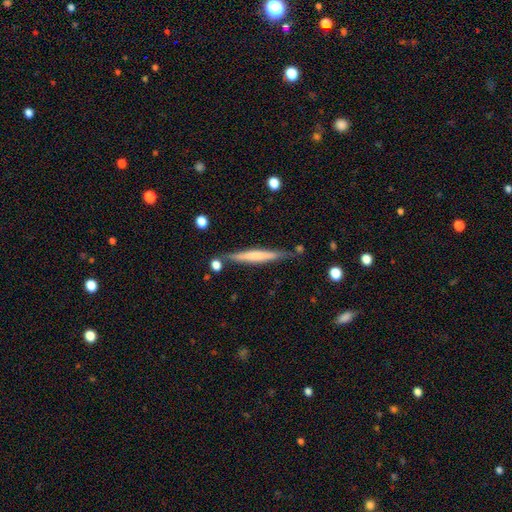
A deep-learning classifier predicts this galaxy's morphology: featured or disk 47% (tied), smooth 47% (tied), star or artifact 6%. Down the decision tree: merging — none (79%).